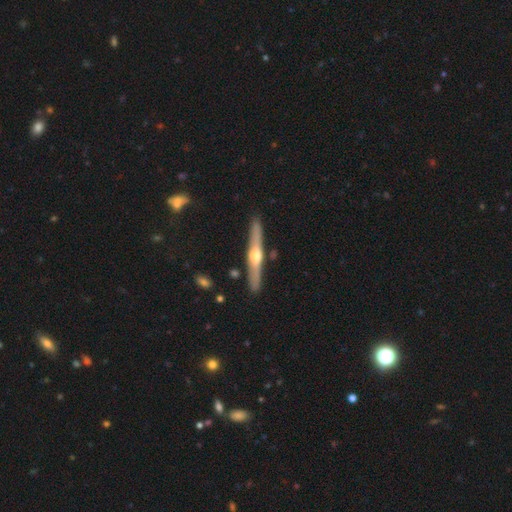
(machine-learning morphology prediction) type=featured or disk (70%); edge-on=yes (96%); edge-on bulge=rounded (92%); merging=none (88%).